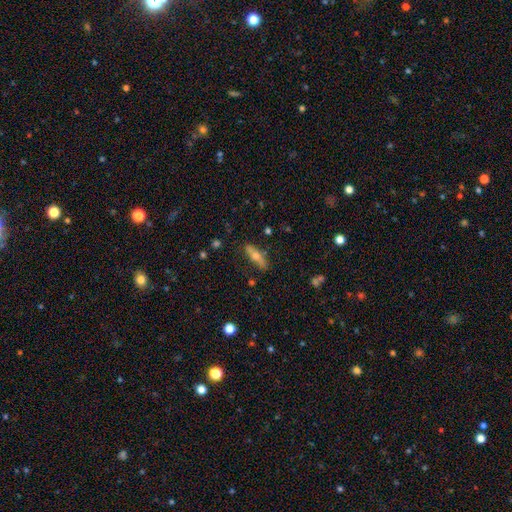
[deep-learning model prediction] Smooth or featured: featured or disk — 50% (smooth — 42%)
Edge-on disk: yes — 84% (no — 16%)
Merging: none — 83% (minor disturbance — 12%)